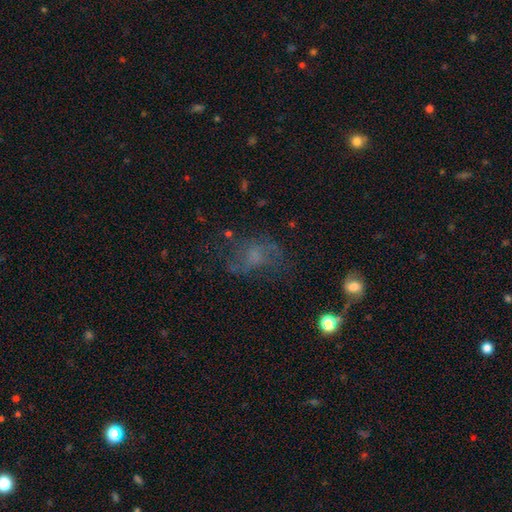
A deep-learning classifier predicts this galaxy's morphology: Smooth or featured: featured or disk — 42% (smooth — 38%)
Merging: none — 44% (major disturbance — 31%)